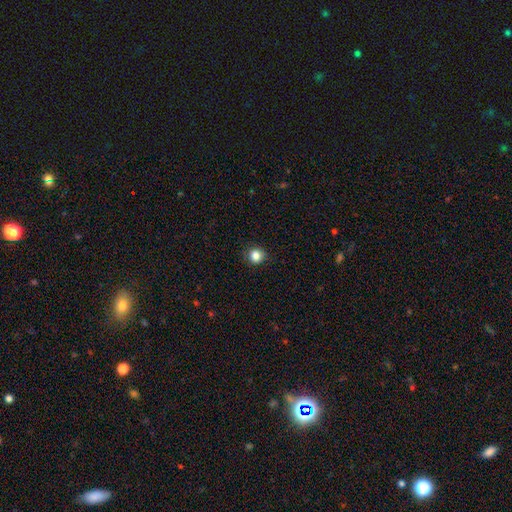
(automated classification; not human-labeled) Morphology: type=smooth (84%); roundness=round (90%); merging=none (89%).